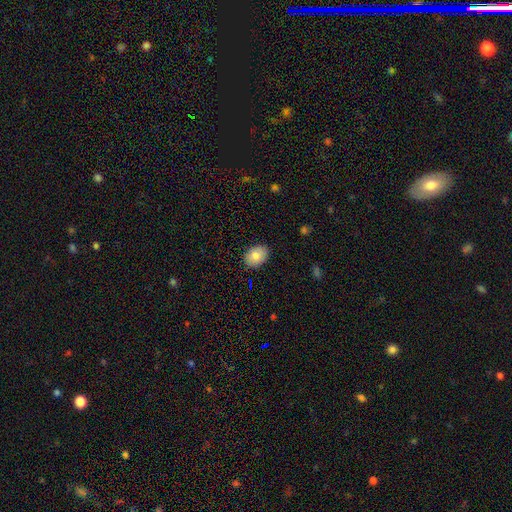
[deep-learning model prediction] Smooth or featured?
  - smooth: 81% *
  - featured or disk: 12%
  - star or artifact: 7%
How rounded?
  - in between: 74% *
  - round: 25%
  - cigar-shaped: 1%
Merging?
  - none: 88% *
  - minor disturbance: 9%
  - major disturbance: 2%
  - merger: 1%